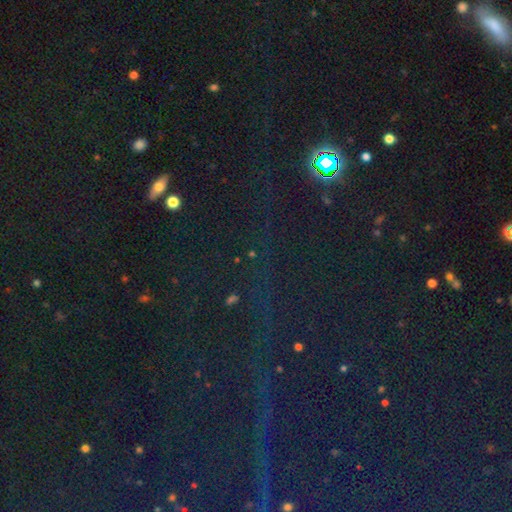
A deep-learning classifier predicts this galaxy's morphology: This appears to be a star or artifact, not a galaxy (82%).